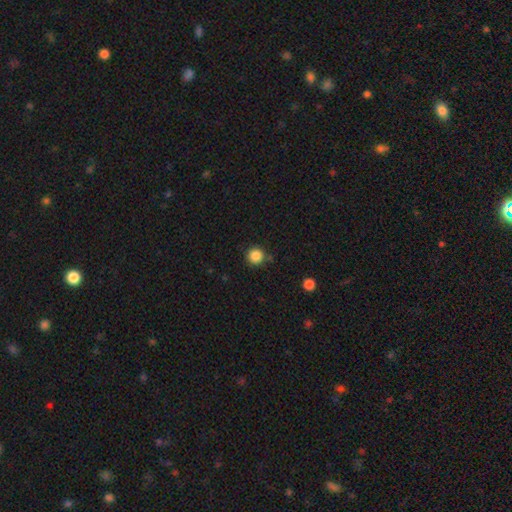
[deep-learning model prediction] smooth_or_featured: smooth (p=0.86) [alt: star or artifact p=0.11]
how_rounded: round (p=0.95) [alt: in between p=0.04]
merging: none (p=0.86) [alt: minor disturbance p=0.09]